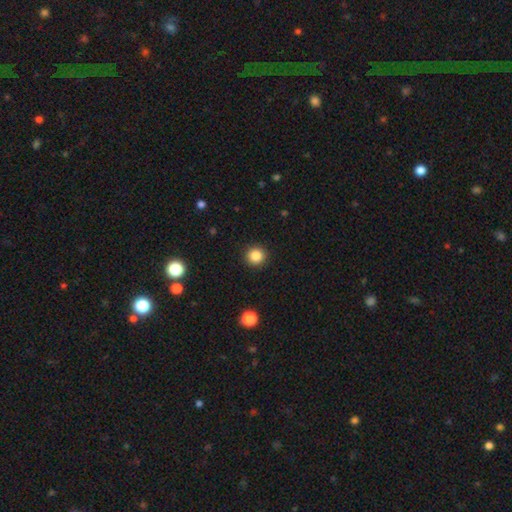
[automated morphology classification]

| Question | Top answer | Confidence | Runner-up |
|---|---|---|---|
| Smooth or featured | smooth | 85% | star or artifact (11%) |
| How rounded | round | 95% | in between (4%) |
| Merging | none | 92% | minor disturbance (5%) |